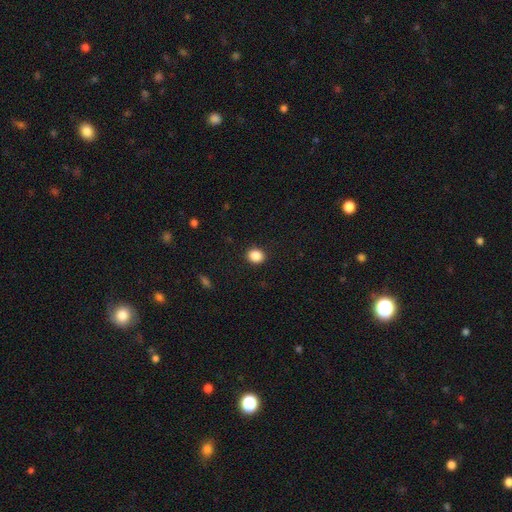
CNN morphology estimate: Smooth or featured: smooth — 88% (star or artifact — 9%)
How rounded: round — 65% (in between — 34%)
Merging: none — 90% (minor disturbance — 6%)